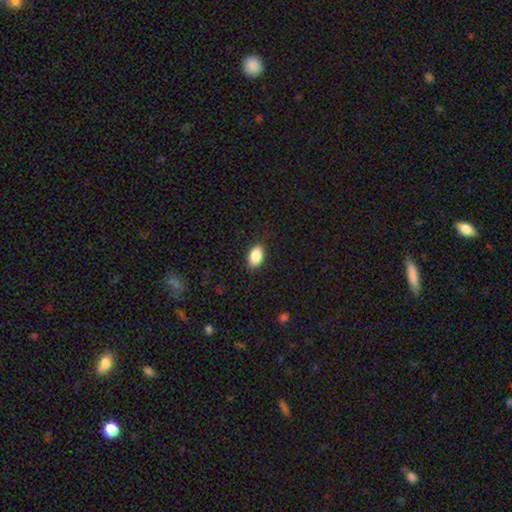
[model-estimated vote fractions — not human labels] Smooth or featured: smooth — 88% (star or artifact — 7%)
How rounded: in between — 91% (round — 7%)
Merging: none — 88% (minor disturbance — 9%)